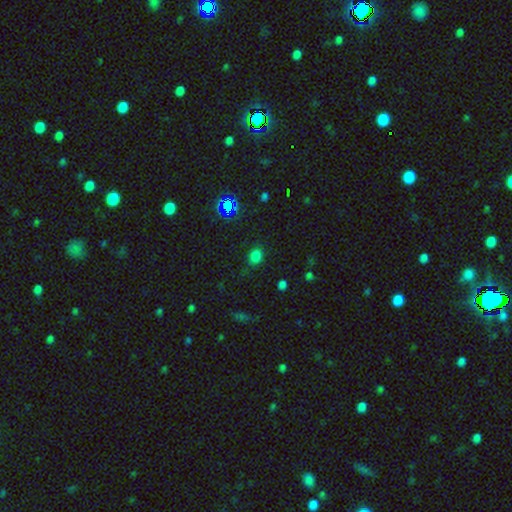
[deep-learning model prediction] This is likely a smooth galaxy (71%). How rounded: possibly in between (51%). Merging: likely none (79%).